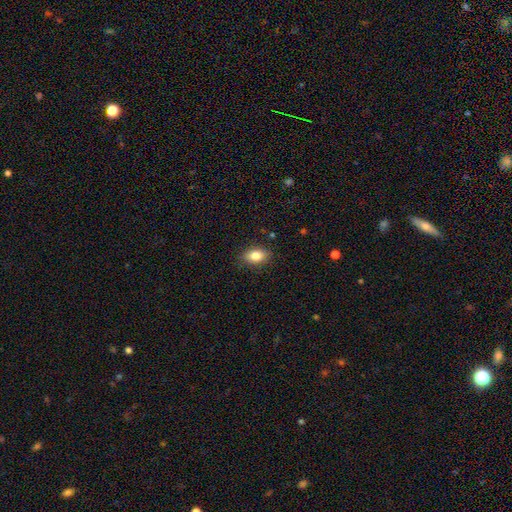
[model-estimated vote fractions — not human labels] Q: Smooth or featured?
A: smooth (83%); runner-up: featured or disk (9%)
Q: How rounded?
A: in between (86%); runner-up: round (11%)
Q: Merging?
A: none (86%); runner-up: minor disturbance (10%)